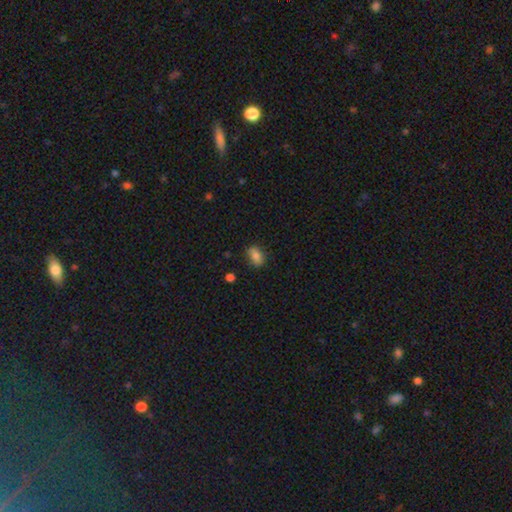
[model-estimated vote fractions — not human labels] Smooth or featured: smooth — 83% (star or artifact — 9%)
How rounded: in between — 81% (round — 15%)
Merging: none — 80% (minor disturbance — 15%)